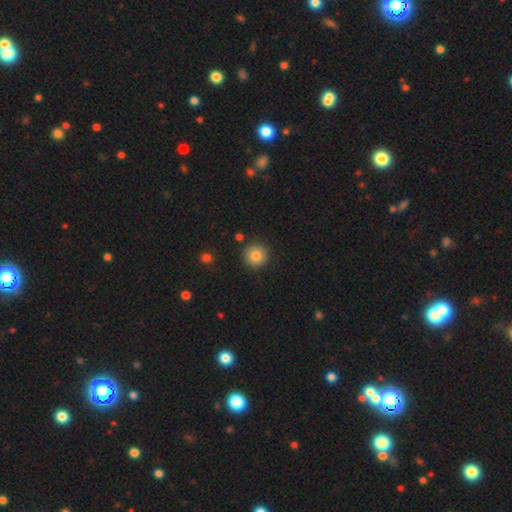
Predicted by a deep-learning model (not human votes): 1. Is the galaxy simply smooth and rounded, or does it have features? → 82% smooth, 10% star or artifact, 8% featured or disk.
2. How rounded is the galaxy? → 95% round, 4% in between, 1% cigar-shaped.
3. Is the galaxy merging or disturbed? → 89% none, 7% minor disturbance, 2% merger, 2% major disturbance.